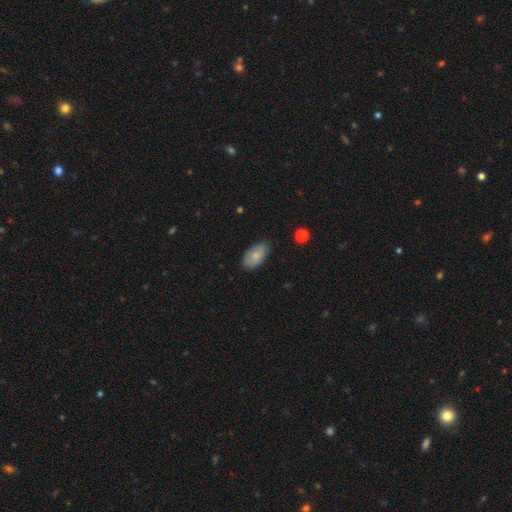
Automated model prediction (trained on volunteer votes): Q: Smooth or featured?
A: smooth (77%); runner-up: featured or disk (16%)
Q: How rounded?
A: in between (94%); runner-up: round (4%)
Q: Merging?
A: none (81%); runner-up: minor disturbance (15%)